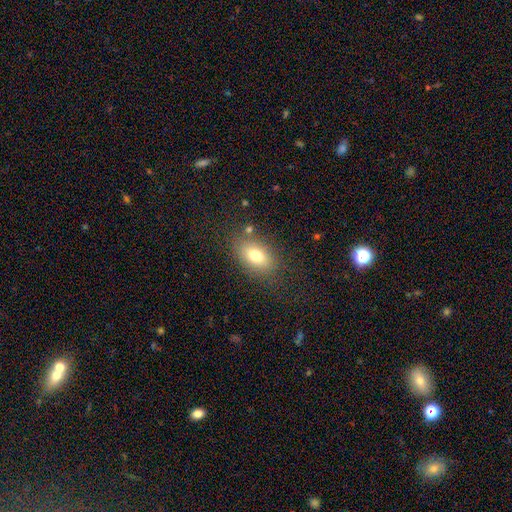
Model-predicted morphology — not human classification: A smooth galaxy with no disk features (75%) that is in between round and cigar-shaped (86%).

Vote fractions:
- Smooth or featured? smooth: 75% / featured or disk: 15% / star or artifact: 10%
- How rounded? in between: 86% / round: 12% / cigar-shaped: 2%
- Merging? none: 78% / minor disturbance: 13% / major disturbance: 5% / merger: 3%